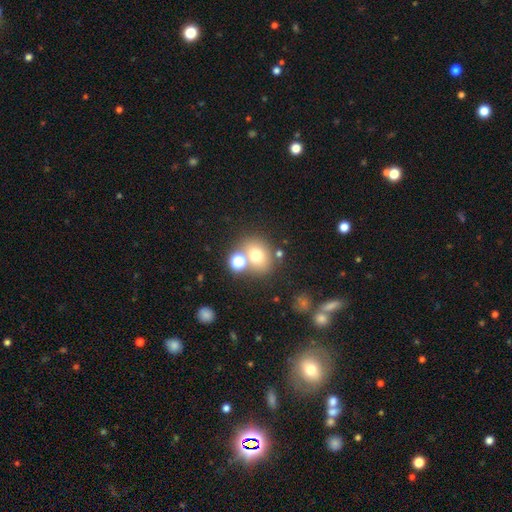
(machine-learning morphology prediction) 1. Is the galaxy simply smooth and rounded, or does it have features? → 69% smooth, 17% star or artifact, 14% featured or disk.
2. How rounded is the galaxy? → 66% round, 33% in between, 1% cigar-shaped.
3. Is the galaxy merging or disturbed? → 64% none, 21% merger, 11% minor disturbance, 5% major disturbance.